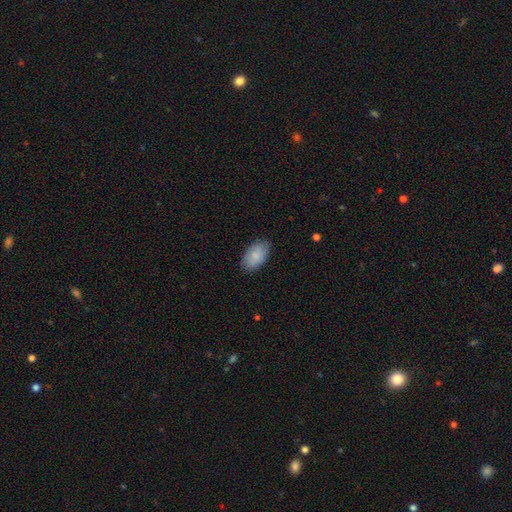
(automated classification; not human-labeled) Smooth or featured?
  - smooth: 85% *
  - featured or disk: 9%
  - star or artifact: 6%
How rounded?
  - in between: 94% *
  - round: 4%
  - cigar-shaped: 2%
Merging?
  - none: 82% *
  - minor disturbance: 14%
  - major disturbance: 3%
  - merger: 1%